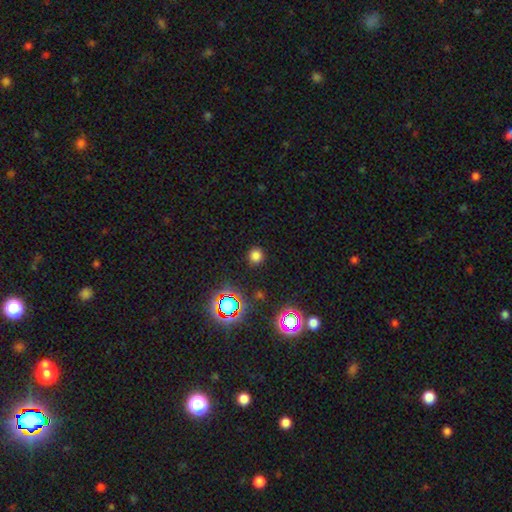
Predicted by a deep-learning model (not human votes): smooth 74%, star or artifact 21%, featured or disk 5%. Down the decision tree: how rounded — round (90%); merging — none (89%).